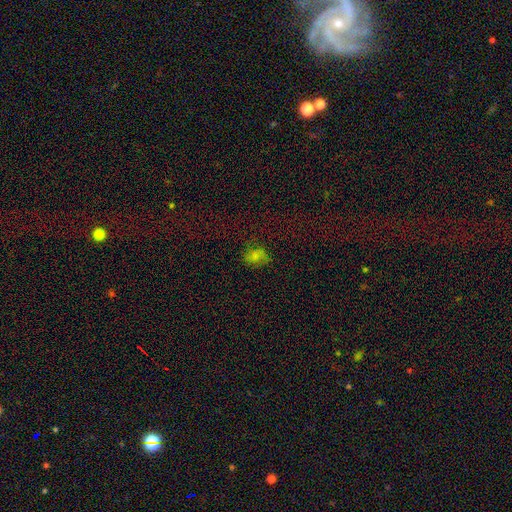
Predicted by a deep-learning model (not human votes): A smooth galaxy with no disk features (64%) that is in between round and cigar-shaped (61%). Merging: none (62%).